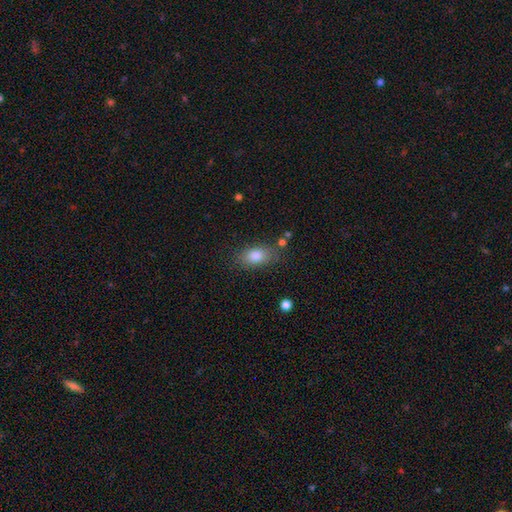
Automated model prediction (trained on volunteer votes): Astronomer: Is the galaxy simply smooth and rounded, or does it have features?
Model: smooth — 82%.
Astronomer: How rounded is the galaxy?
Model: in between — 85%.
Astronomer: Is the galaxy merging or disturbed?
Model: none — 78%.